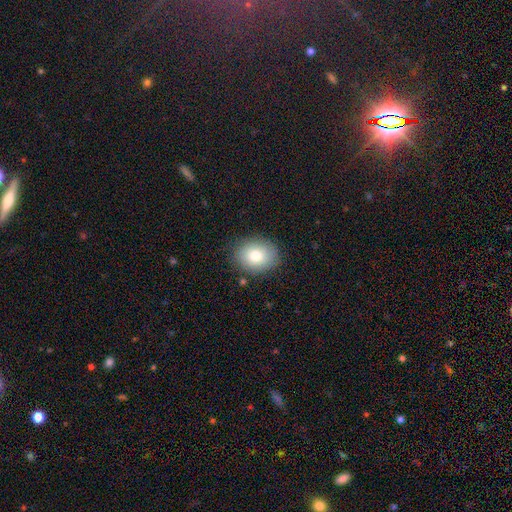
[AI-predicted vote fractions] Smooth or featured? smooth (79%)
How rounded? in between (56%)
Merging? none (84%)